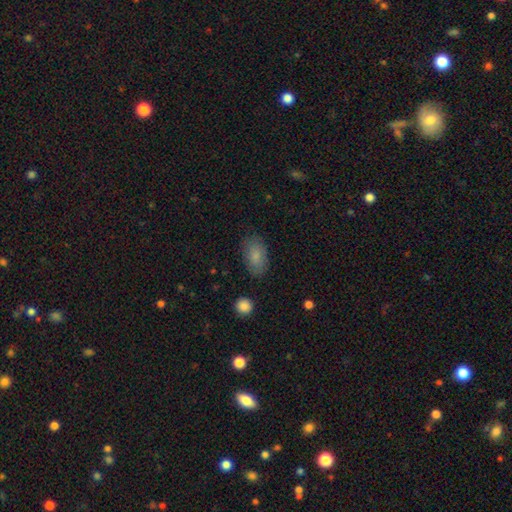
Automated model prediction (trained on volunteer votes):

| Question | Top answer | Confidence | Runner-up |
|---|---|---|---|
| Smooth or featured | smooth | 84% | featured or disk (9%) |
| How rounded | in between | 92% | round (5%) |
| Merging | none | 82% | minor disturbance (13%) |